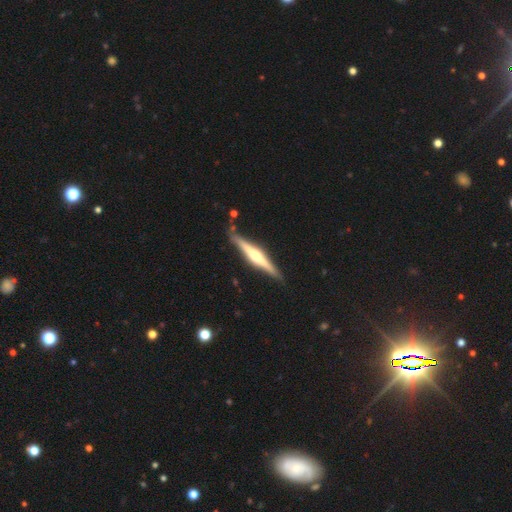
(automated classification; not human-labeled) A featured or disk galaxy (73%) viewed edge-on (98%) with a rounded central bulge (87%).

Vote fractions:
- Smooth or featured? featured or disk: 73% / smooth: 22% / star or artifact: 5%
- Edge-on disk? yes: 98% / no: 2%
- Edge-on bulge? rounded: 87% / boxy: 8% / none: 5%
- Merging? none: 86% / minor disturbance: 9% / merger: 2% / major disturbance: 2%